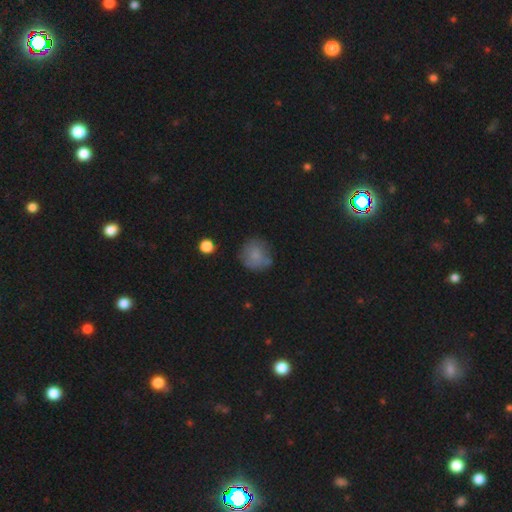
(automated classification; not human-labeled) Overall: smooth (74%). How rounded: round (89%). Merging: none (67%).